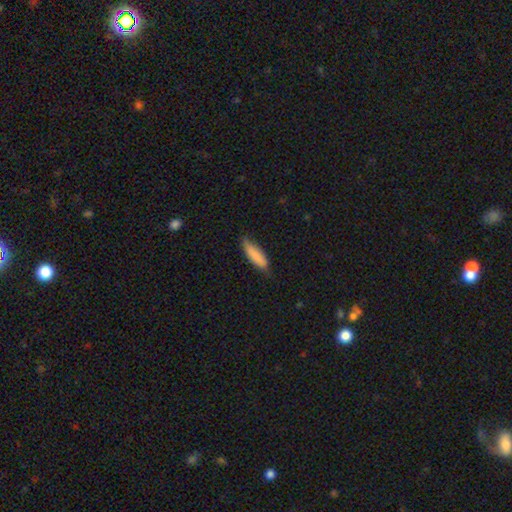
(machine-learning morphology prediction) Overall: smooth (85%). How rounded: cigar-shaped (54%; in between 44%). Merging: none (72%).